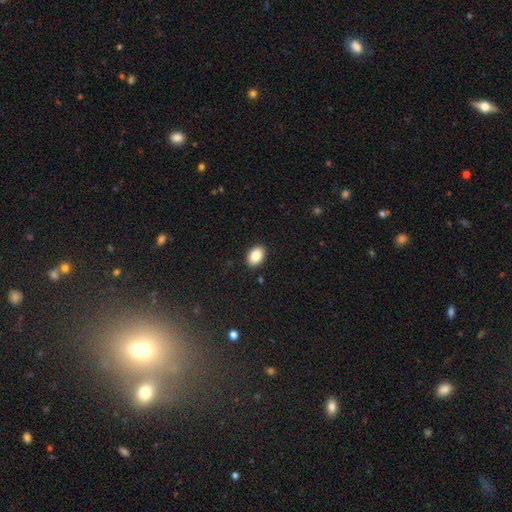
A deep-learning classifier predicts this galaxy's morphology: A smooth galaxy with no disk features (87%) that is in between round and cigar-shaped (85%). Merging: none (90%).